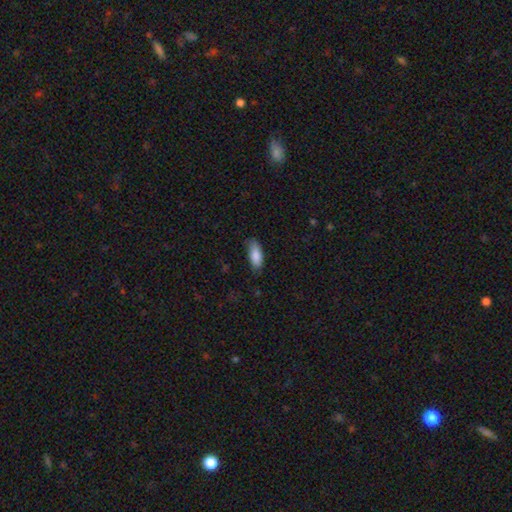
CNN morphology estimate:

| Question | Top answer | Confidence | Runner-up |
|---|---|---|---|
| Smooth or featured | smooth | 87% | featured or disk (7%) |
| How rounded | in between | 80% | cigar-shaped (18%) |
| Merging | none | 74% | minor disturbance (21%) |